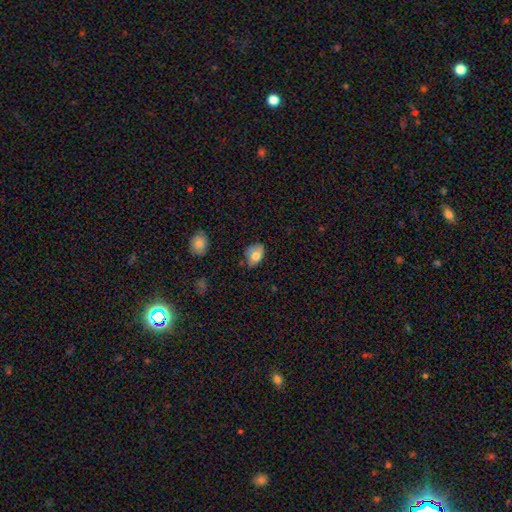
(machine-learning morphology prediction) This is likely a smooth galaxy (74%). How rounded: likely in between (79%). Merging: possibly none (60%).